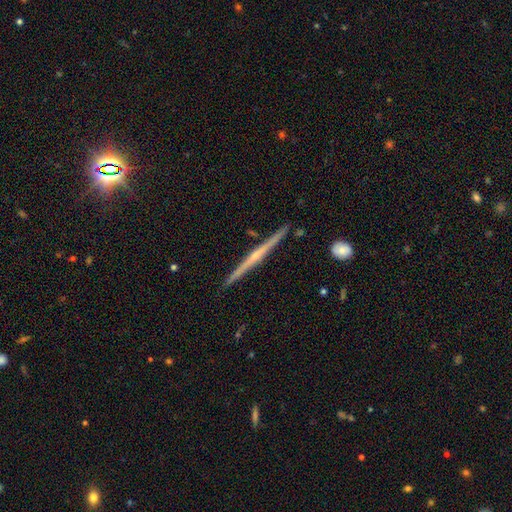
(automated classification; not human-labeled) smooth_or_featured: featured or disk (p=0.80) [alt: smooth p=0.14]
disk_edge_on: yes (p=0.98) [alt: no p=0.02]
edge_on_bulge: rounded (p=0.64) [alt: none p=0.30]
merging: none (p=0.91) [alt: minor disturbance p=0.06]